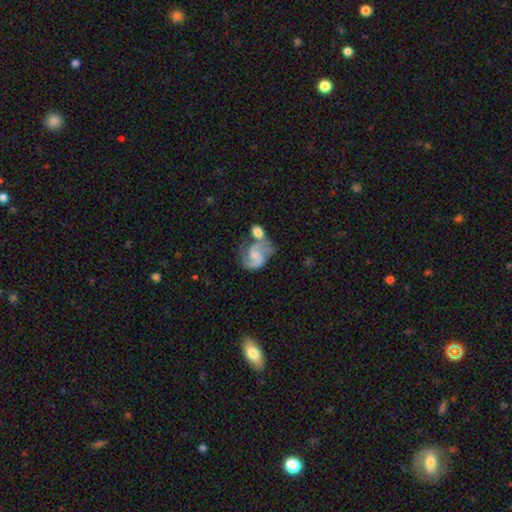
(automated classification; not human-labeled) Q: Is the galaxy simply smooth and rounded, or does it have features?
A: featured or disk — 76%.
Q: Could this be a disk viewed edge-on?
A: no — 98%.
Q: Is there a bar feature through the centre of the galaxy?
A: no — 47%.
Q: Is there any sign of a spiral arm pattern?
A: yes — 94%.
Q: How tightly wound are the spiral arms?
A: medium — 53%.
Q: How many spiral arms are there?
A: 2 — 85%.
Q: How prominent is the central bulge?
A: small — 42%.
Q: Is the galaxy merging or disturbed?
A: merger — 41%.